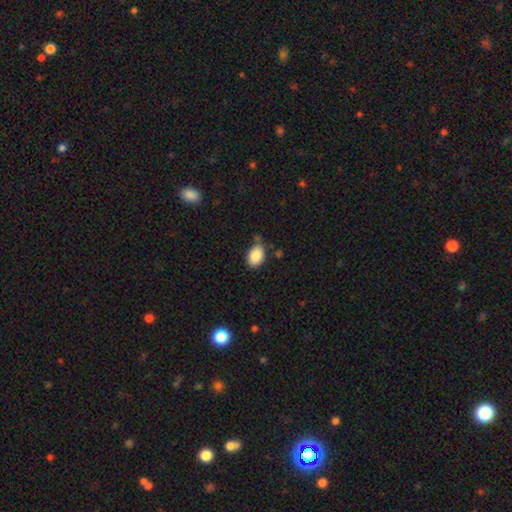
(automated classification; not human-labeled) Smooth or featured? smooth (87%)
How rounded? in between (83%)
Merging? none (69%)